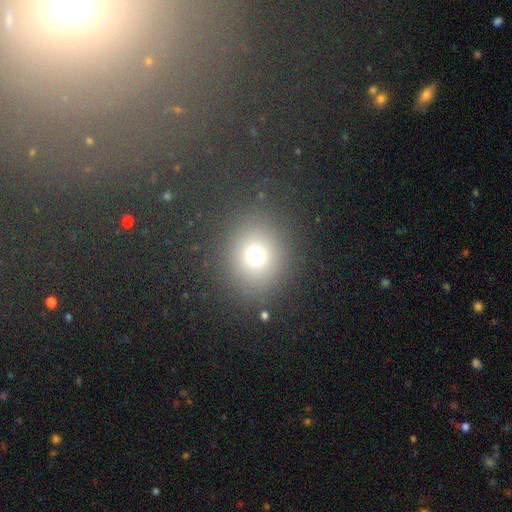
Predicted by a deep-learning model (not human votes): This is likely a smooth galaxy (70%). How rounded: likely round (79%). Merging: clearly none (82%).